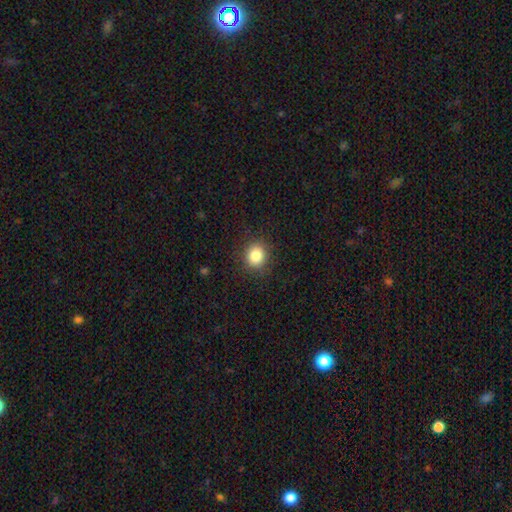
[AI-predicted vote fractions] Smooth or featured?
  - smooth: 83% *
  - star or artifact: 11%
  - featured or disk: 6%
How rounded?
  - round: 82% *
  - in between: 17%
  - cigar-shaped: 1%
Merging?
  - none: 89% *
  - minor disturbance: 8%
  - major disturbance: 3%
  - merger: 1%